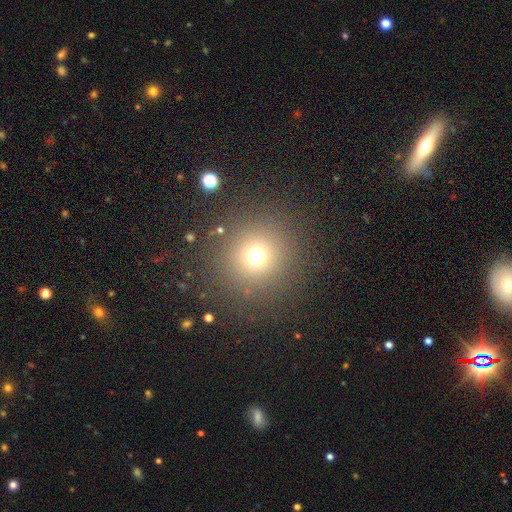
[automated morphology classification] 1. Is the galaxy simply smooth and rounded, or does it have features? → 68% smooth, 23% star or artifact, 8% featured or disk.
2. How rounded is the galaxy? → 94% round, 5% in between, 1% cigar-shaped.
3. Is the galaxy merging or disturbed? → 86% none, 6% minor disturbance, 5% major disturbance, 2% merger.